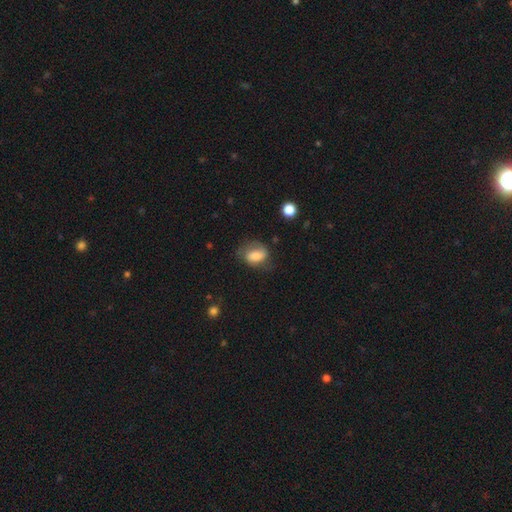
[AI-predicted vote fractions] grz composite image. It shows a smooth galaxy with no disk features (58%) that is in between round and cigar-shaped (75%). Merging: none (52%).